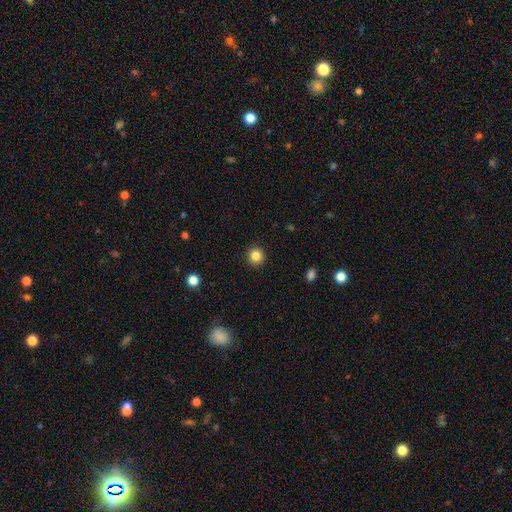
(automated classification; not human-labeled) Q: Smooth or featured?
A: smooth (84%); runner-up: star or artifact (11%)
Q: How rounded?
A: round (94%); runner-up: in between (5%)
Q: Merging?
A: none (92%); runner-up: minor disturbance (5%)